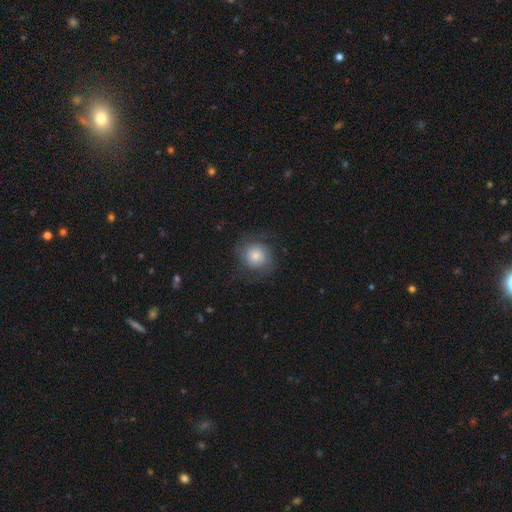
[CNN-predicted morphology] Smooth or featured? smooth (53%)
How rounded? round (85%)
Merging? none (71%)